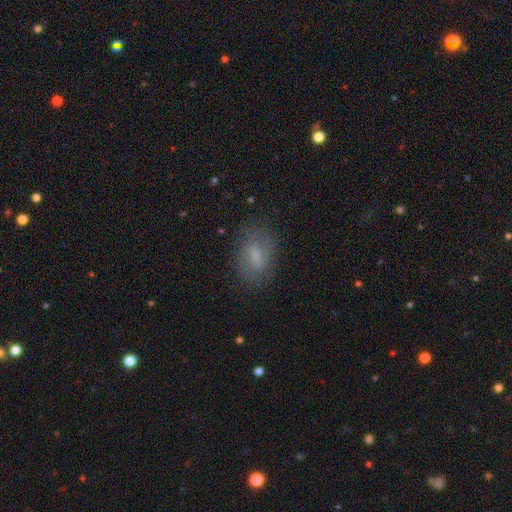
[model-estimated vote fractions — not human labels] This is possibly a smooth galaxy (58%). How rounded: clearly in between (84%). Merging: likely none (74%).